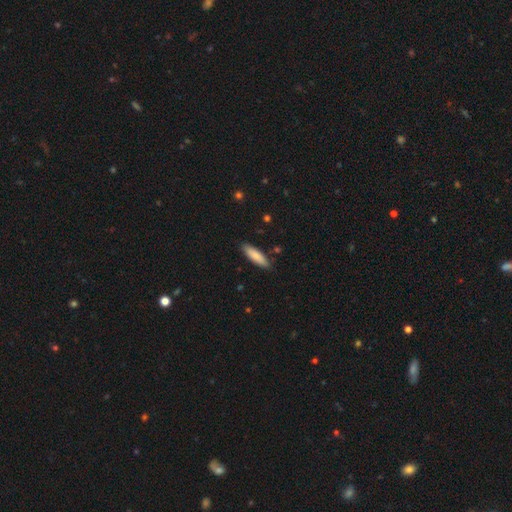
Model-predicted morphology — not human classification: A smooth galaxy with no disk features (82%) that is cigar-shaped (60%). Merging: none (86%).